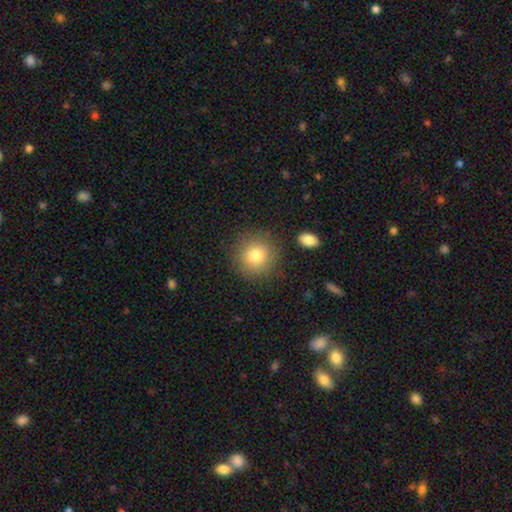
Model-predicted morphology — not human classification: The model was most divided on "smooth or featured": smooth: 80%, star or artifact: 11%, featured or disk: 10%. More confident: how rounded — round (91%); merging — none (86%).